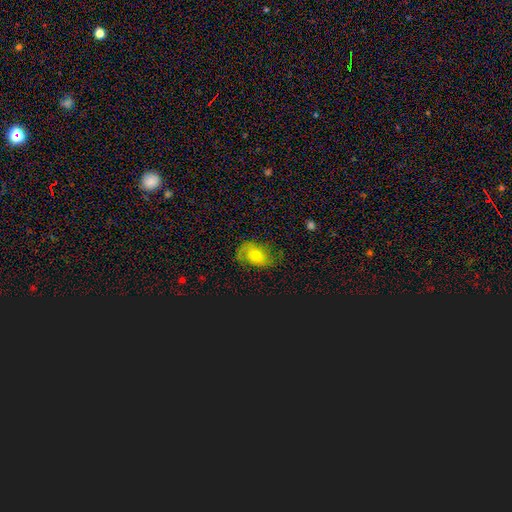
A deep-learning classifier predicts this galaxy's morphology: Smooth or featured: featured or disk — 54% (smooth — 32%)
Edge-on disk: no — 95% (yes — 5%)
Bar: no — 71% (weak — 23%)
Spiral arms: yes — 85% (no — 15%)
Bulge size: moderate — 67% (small — 21%)
Merging: none — 65% (minor disturbance — 21%)